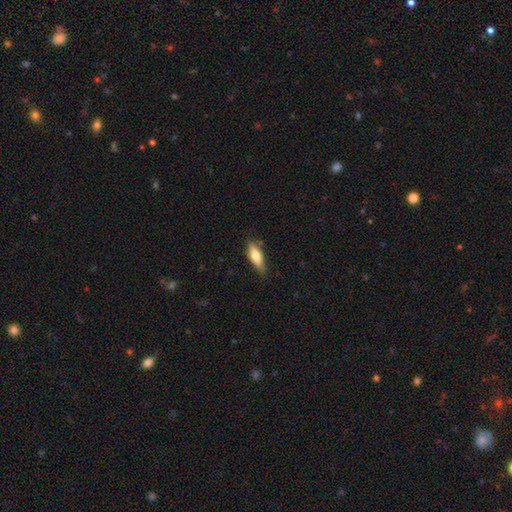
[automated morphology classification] smooth-or-featured: smooth: 71% | featured or disk: 23% | star or artifact: 6%
  how-rounded: in between: 52% | cigar-shaped: 46% | round: 2%
  merging: none: 73% | minor disturbance: 21% | major disturbance: 4% | merger: 3%